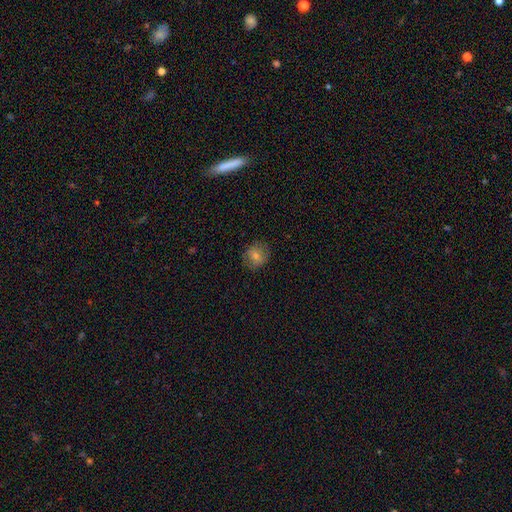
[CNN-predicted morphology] Smooth or featured? smooth (67%)
How rounded? round (80%)
Merging? none (86%)